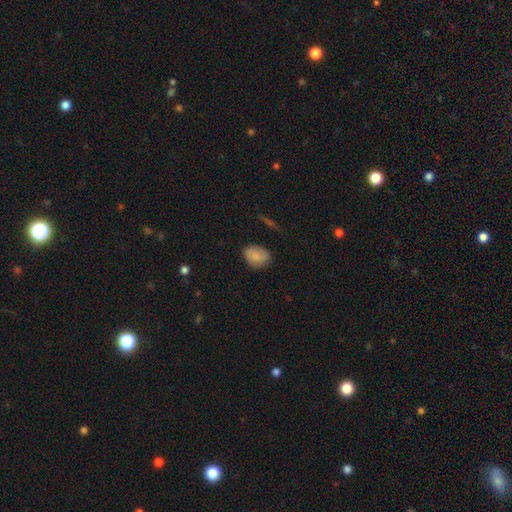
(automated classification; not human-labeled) Q: Smooth or featured?
A: smooth (82%); runner-up: featured or disk (10%)
Q: How rounded?
A: in between (65%); runner-up: round (34%)
Q: Merging?
A: none (77%); runner-up: minor disturbance (18%)